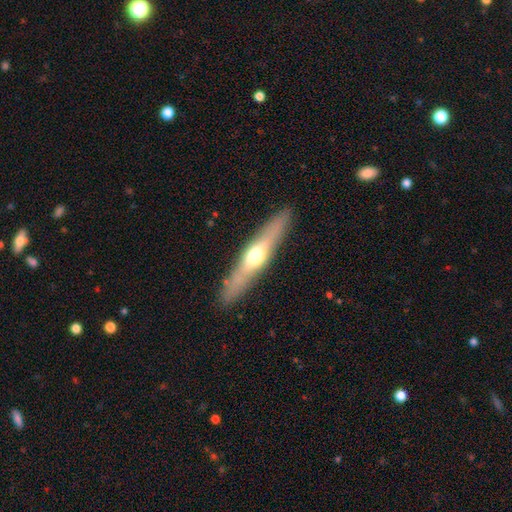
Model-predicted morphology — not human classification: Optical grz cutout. It shows a featured or disk galaxy (61%) viewed edge-on (89%) with a rounded central bulge (88%). Merging: none (90%).